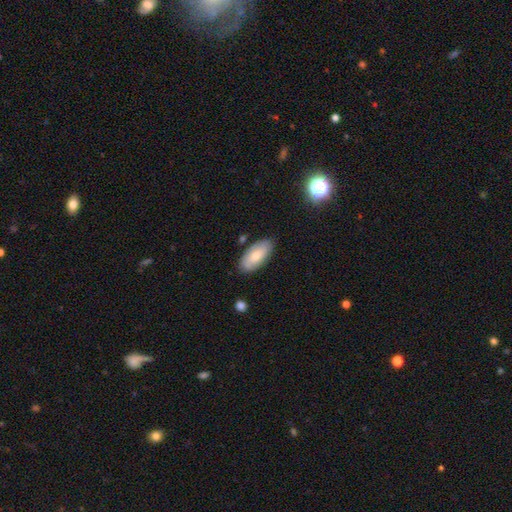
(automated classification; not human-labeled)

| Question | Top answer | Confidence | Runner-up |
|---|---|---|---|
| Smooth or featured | smooth | 73% | featured or disk (21%) |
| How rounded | in between | 91% | cigar-shaped (7%) |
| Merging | none | 82% | minor disturbance (13%) |